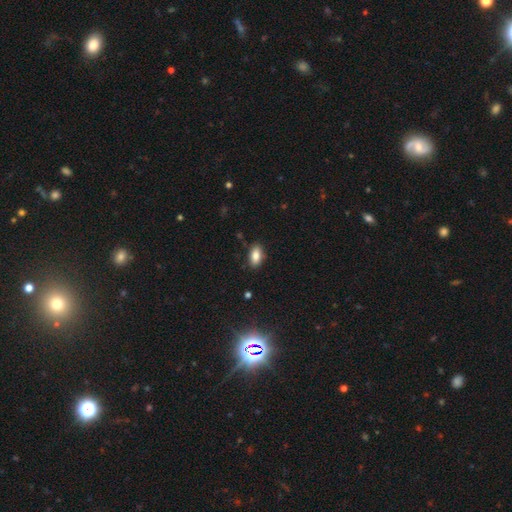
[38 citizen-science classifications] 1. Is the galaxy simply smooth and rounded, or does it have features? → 84% smooth, 8% featured or disk, 8% star or artifact.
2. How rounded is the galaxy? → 88% in between, 9% cigar-shaped, 3% round.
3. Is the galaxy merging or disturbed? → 94% none, 6% minor disturbance, 0% major disturbance, 0% merger.